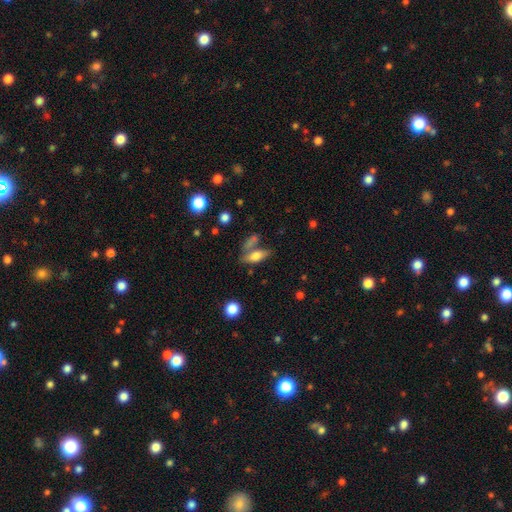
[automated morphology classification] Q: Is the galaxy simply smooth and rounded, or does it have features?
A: smooth — 72%.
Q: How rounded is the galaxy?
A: in between — 70%.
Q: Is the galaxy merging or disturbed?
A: none — 51%.